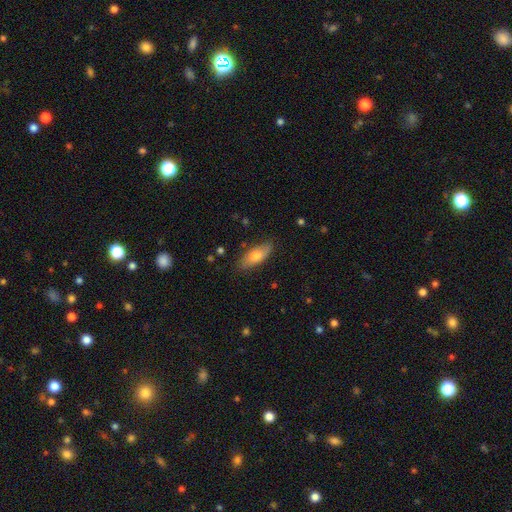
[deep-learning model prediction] This appears to be a smooth galaxy with no disk features (71%) that is in between round and cigar-shaped (73%). Merging: none (80%).